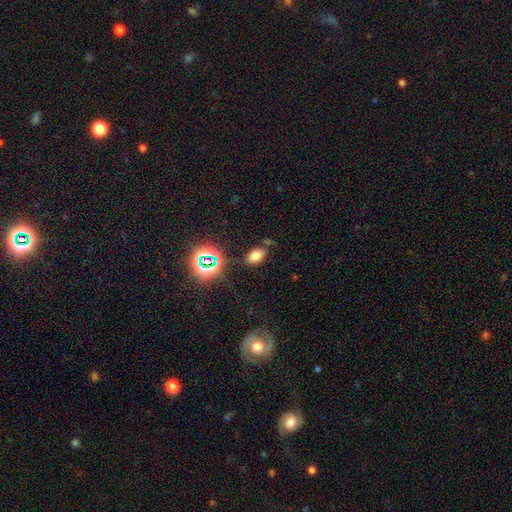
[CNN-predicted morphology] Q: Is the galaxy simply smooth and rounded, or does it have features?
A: smooth — 70%.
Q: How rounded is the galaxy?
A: in between — 89%.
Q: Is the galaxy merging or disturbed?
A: none — 77%.